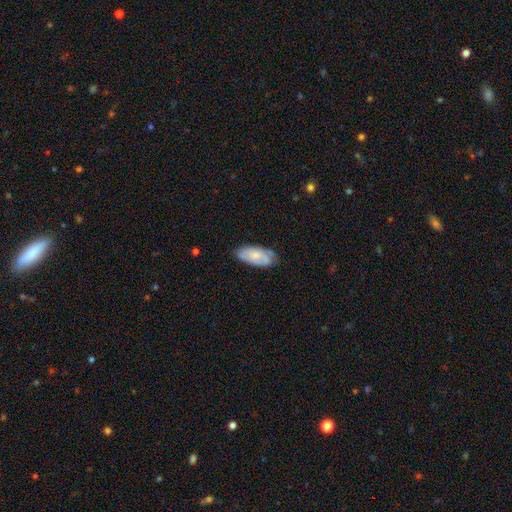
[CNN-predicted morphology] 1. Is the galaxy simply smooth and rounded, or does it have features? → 60% smooth, 33% featured or disk, 6% star or artifact.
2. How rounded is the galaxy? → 91% in between, 6% cigar-shaped, 3% round.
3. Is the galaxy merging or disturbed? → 64% none, 28% minor disturbance, 6% major disturbance, 2% merger.